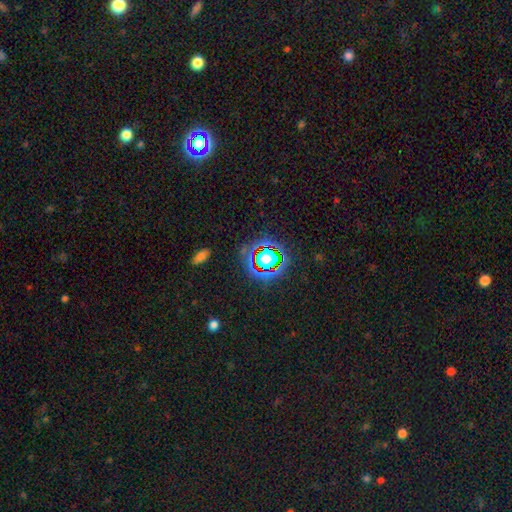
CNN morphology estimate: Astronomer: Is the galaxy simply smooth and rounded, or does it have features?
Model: star or artifact — 78%.